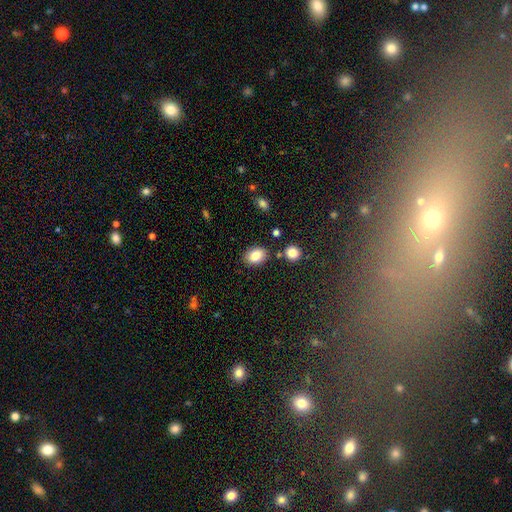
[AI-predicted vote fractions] This appears to be a smooth galaxy with no disk features (83%) that is in between round and cigar-shaped (78%). Merging: none (82%).